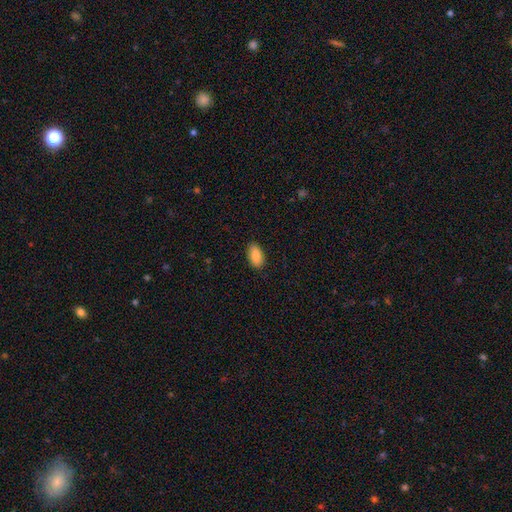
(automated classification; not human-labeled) Smooth or featured: smooth — 85% (featured or disk — 8%)
How rounded: in between — 93% (cigar-shaped — 4%)
Merging: none — 88% (minor disturbance — 9%)